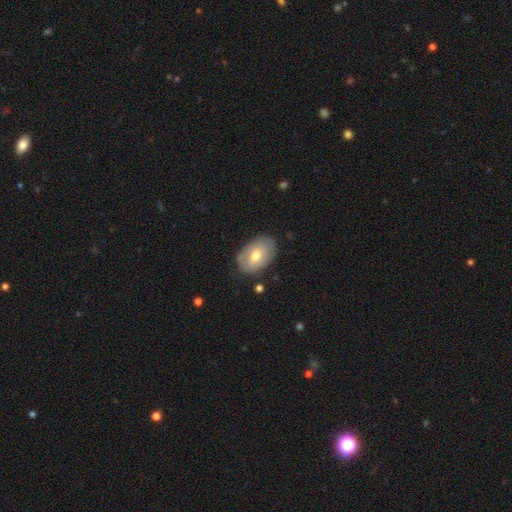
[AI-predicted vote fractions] Morphology: type=smooth (49%); merging=none (77%).